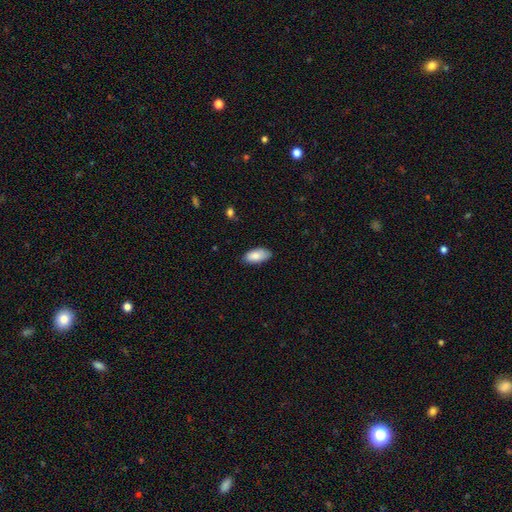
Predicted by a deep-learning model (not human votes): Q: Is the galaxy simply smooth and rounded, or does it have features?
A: smooth — 86%.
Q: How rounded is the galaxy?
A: in between — 92%.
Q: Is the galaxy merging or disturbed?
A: none — 80%.